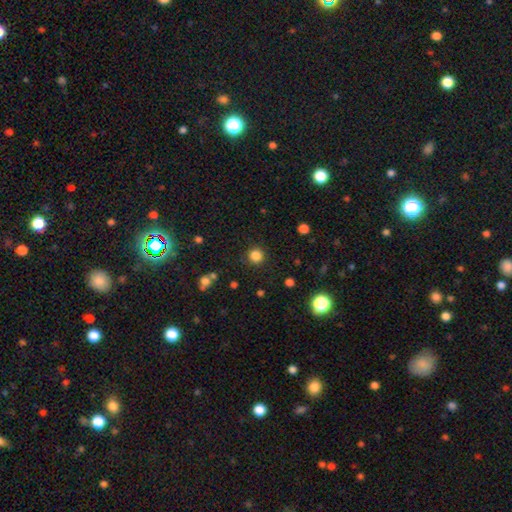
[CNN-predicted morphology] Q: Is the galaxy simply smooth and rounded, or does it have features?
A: smooth — 83%.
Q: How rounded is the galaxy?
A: round — 94%.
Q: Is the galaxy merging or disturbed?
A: none — 89%.